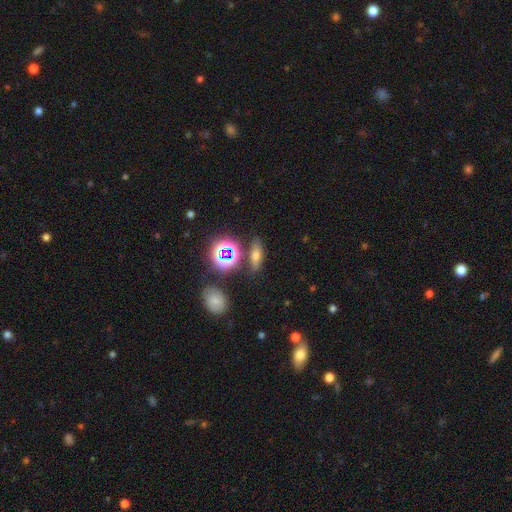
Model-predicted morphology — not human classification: Q: Smooth or featured?
A: smooth (58%); runner-up: star or artifact (25%)
Q: How rounded?
A: in between (55%); runner-up: cigar-shaped (28%)
Q: Merging?
A: none (78%); runner-up: minor disturbance (11%)